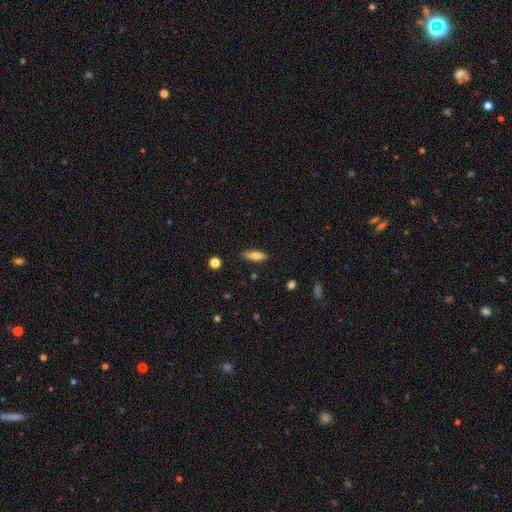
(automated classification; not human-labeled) Smooth or featured?
  - smooth: 73% *
  - featured or disk: 20%
  - star or artifact: 7%
How rounded?
  - cigar-shaped: 51% *
  - in between: 46%
  - round: 3%
Merging?
  - none: 87% *
  - minor disturbance: 10%
  - major disturbance: 2%
  - merger: 1%